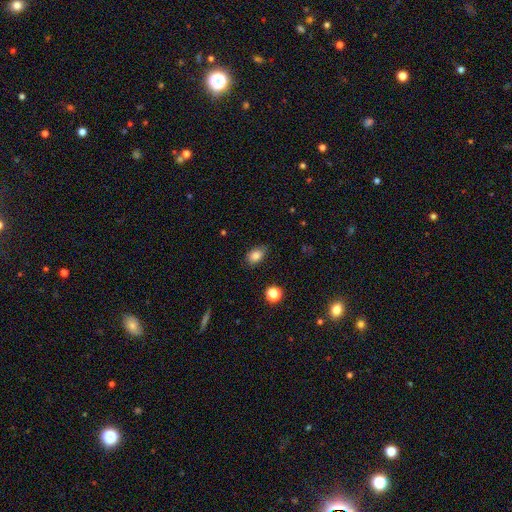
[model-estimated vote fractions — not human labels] A smooth galaxy with no disk features (84%) that is in between round and cigar-shaped (81%).

Vote fractions:
- Smooth or featured? smooth: 84% / star or artifact: 10% / featured or disk: 6%
- How rounded? in between: 81% / round: 18% / cigar-shaped: 1%
- Merging? none: 78% / minor disturbance: 17% / major disturbance: 3% / merger: 1%